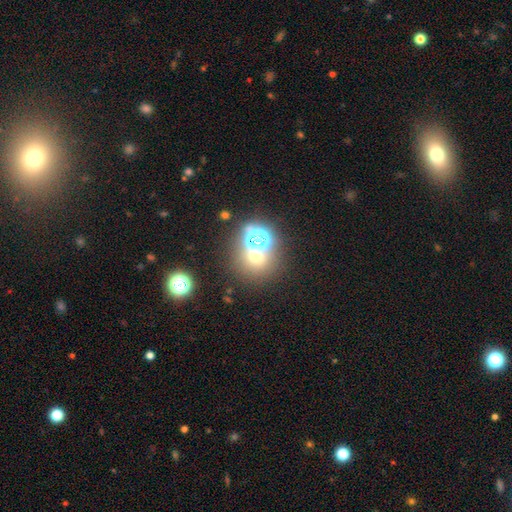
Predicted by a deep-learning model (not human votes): This appears to be a smooth galaxy with no disk features (52%) that is round (83%). Merging: none (60%).